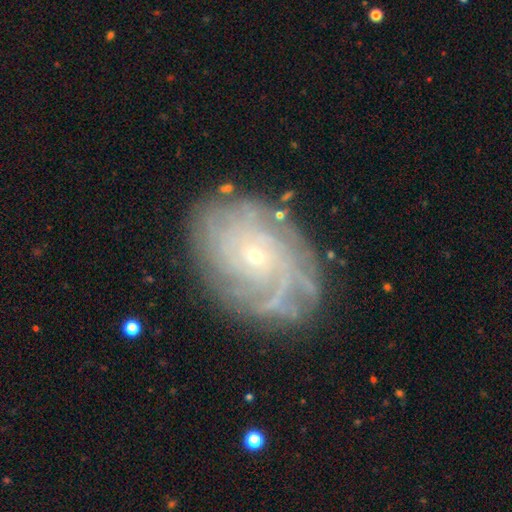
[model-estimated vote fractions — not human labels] smooth_or_featured: featured or disk (p=0.80) [alt: smooth p=0.12]
disk_edge_on: no (p=0.96) [alt: yes p=0.04]
bar: no (p=0.81) [alt: weak p=0.15]
has_spiral_arms: yes (p=0.91) [alt: no p=0.09]
spiral_winding: tight (p=0.73) [alt: medium p=0.21]
spiral_arm_count: can't tell (p=0.41) [alt: more than 4 p=0.17]
bulge_size: small (p=0.81) [alt: moderate p=0.15]
merging: none (p=0.77) [alt: minor disturbance p=0.15]